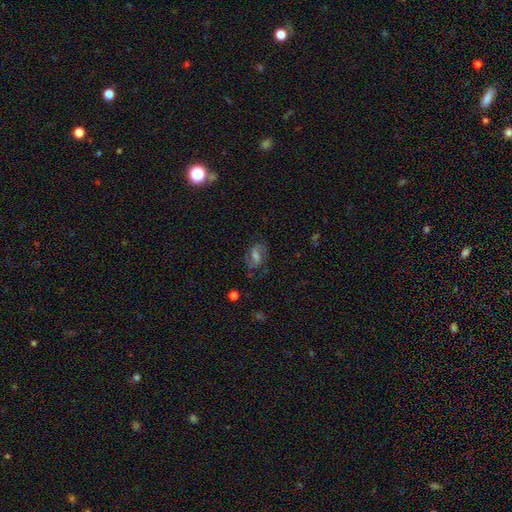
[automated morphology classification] A featured or disk galaxy (67%) with a weak bar (49%), 2 (86%) medium (51%) spiral arms (90%) and a moderate central bulge (43%).

Vote fractions:
- Smooth or featured? featured or disk: 67% / smooth: 20% / star or artifact: 14%
- Edge-on disk? no: 96% / yes: 4%
- Bar? weak: 49% / strong: 28% / no: 23%
- Spiral arms? yes: 90% / no: 10%
- Spiral winding? medium: 51% / loose: 27% / tight: 22%
- Spiral arm count? 2: 86% / can't tell: 7% / 1: 3% / 3: 2% / 4: 1% / more than 4: 1%
- Bulge size? moderate: 43% / small: 33% / none: 13% / large: 10% / dominant: 2%
- Merging? none: 77% / minor disturbance: 14% / major disturbance: 7% / merger: 2%